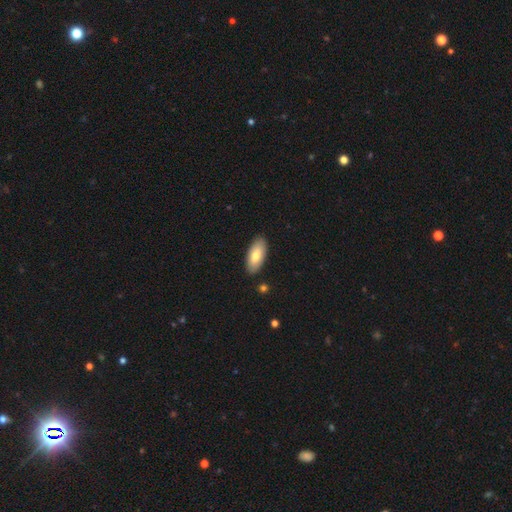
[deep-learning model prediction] smooth 76%, featured or disk 18%, star or artifact 6%. Down the decision tree: how rounded — in between (89%); merging — none (88%).